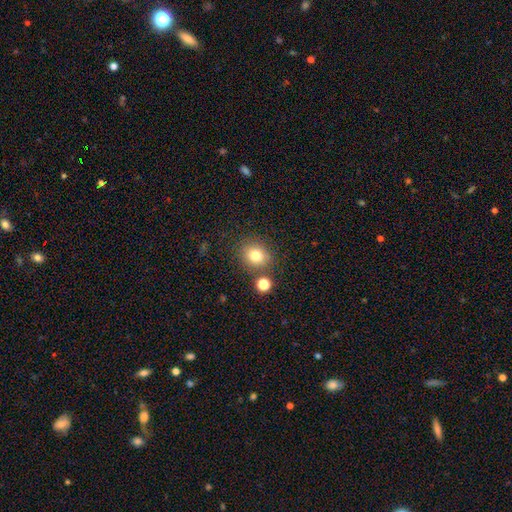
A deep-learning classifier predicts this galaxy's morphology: A smooth galaxy with no disk features (78%) that is round (77%).

Vote fractions:
- Smooth or featured? smooth: 78% / star or artifact: 13% / featured or disk: 8%
- How rounded? round: 77% / in between: 22% / cigar-shaped: 1%
- Merging? none: 78% / minor disturbance: 10% / merger: 9% / major disturbance: 3%